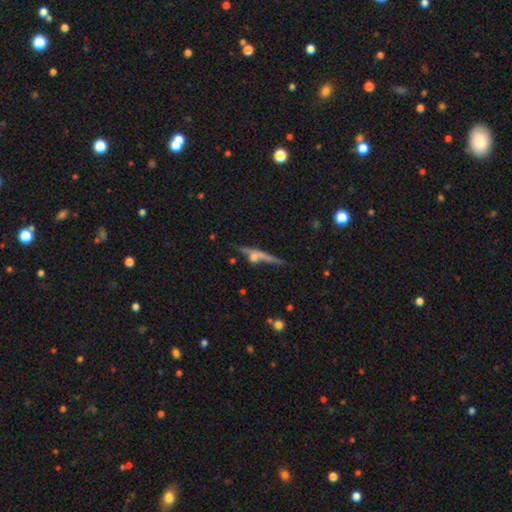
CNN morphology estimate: Smooth or featured: featured or disk — 52% (smooth — 37%)
Edge-on disk: yes — 85% (no — 15%)
Merging: none — 56% (merger — 17%)